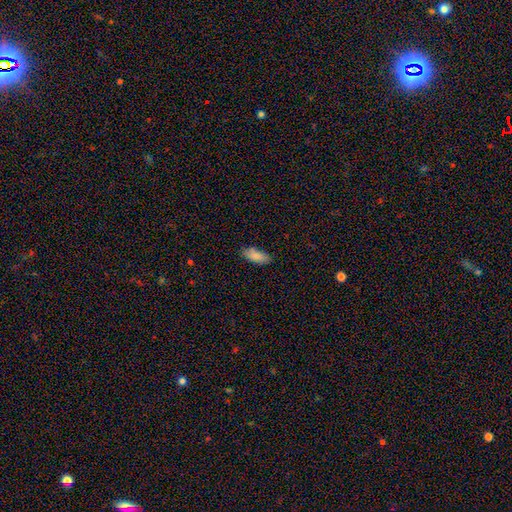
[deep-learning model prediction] A smooth galaxy with no disk features (86%) that is in between round and cigar-shaped (82%). Merging: none (84%).